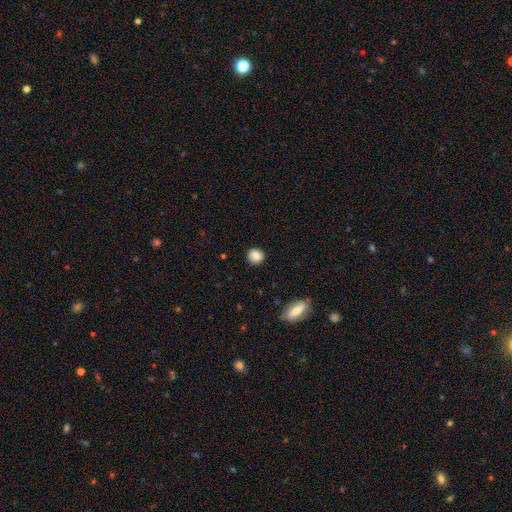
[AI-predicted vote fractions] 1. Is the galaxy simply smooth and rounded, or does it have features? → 83% smooth, 9% star or artifact, 8% featured or disk.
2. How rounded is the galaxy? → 85% round, 13% in between, 1% cigar-shaped.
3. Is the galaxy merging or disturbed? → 89% none, 8% minor disturbance, 2% major disturbance, 1% merger.